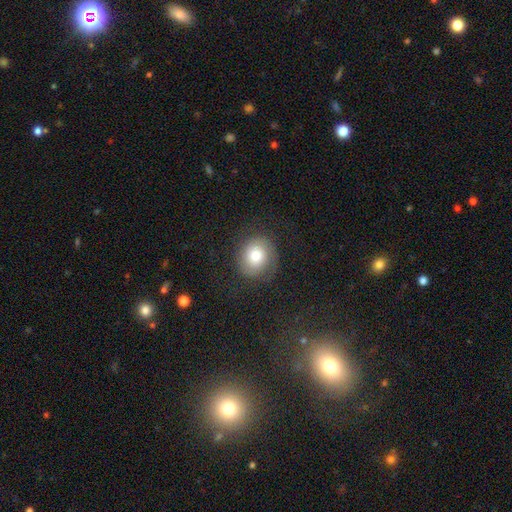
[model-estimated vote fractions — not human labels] Smooth or featured? smooth (66%)
How rounded? round (75%)
Merging? none (77%)